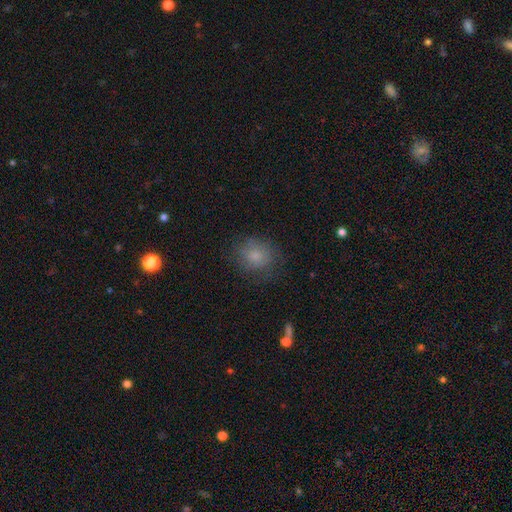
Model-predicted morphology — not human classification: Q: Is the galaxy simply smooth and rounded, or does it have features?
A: smooth — 77%.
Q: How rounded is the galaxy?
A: round — 75%.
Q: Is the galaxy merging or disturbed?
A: none — 73%.